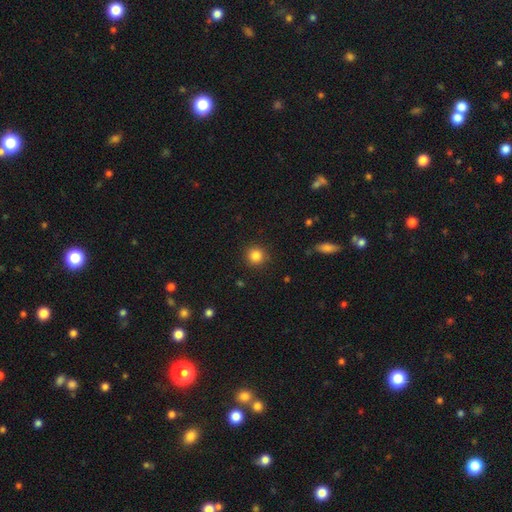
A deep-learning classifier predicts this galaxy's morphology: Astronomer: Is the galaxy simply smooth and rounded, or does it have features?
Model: smooth — 85%.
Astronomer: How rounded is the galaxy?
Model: round — 94%.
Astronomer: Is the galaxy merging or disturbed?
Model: none — 90%.